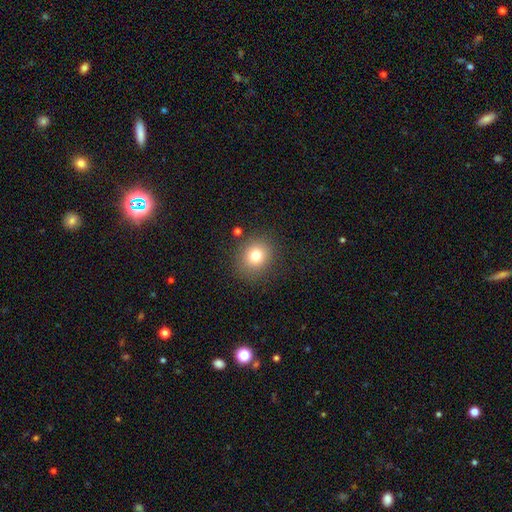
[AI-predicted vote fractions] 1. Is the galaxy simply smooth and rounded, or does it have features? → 77% smooth, 13% star or artifact, 10% featured or disk.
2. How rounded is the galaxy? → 80% round, 19% in between, 1% cigar-shaped.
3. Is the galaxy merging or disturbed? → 85% none, 9% minor disturbance, 4% major disturbance, 3% merger.